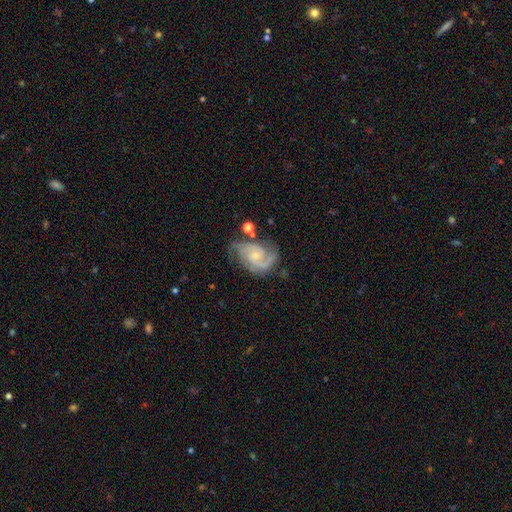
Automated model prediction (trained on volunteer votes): This appears to be a featured or disk galaxy (89%) with no bar (62%), 2 (74%) medium (51%) spiral arms (98%) and a small central bulge (69%). Merging: none (67%).